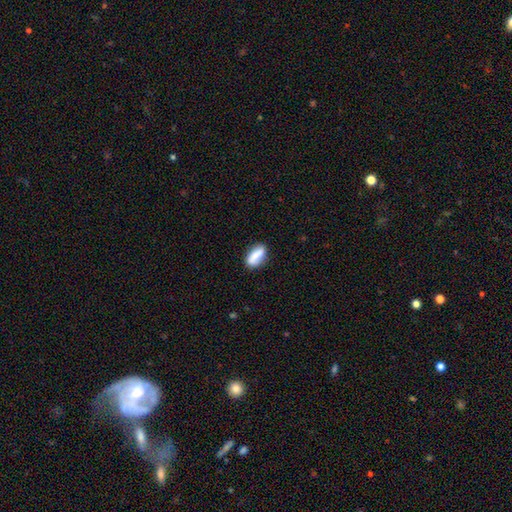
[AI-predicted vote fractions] Overall: smooth (72%). How rounded: in between (80%). Merging: none (71%).